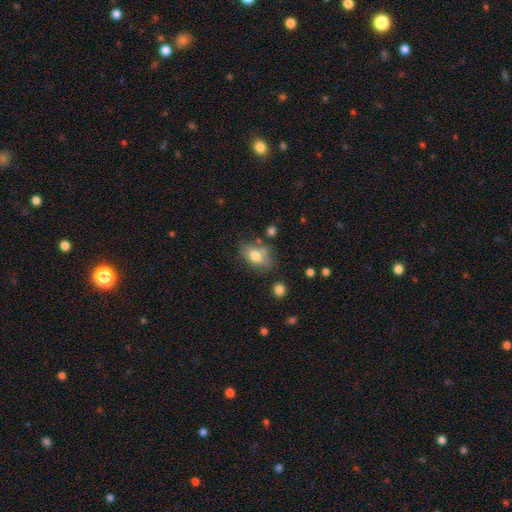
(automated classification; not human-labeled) smooth_or_featured: smooth (p=0.75) [alt: featured or disk p=0.17]
how_rounded: in between (p=0.84) [alt: round p=0.14]
merging: none (p=0.55) [alt: minor disturbance p=0.25]